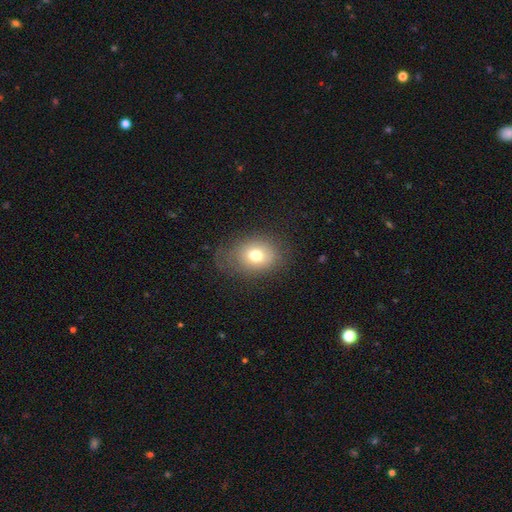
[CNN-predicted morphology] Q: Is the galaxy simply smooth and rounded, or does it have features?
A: smooth — 72%.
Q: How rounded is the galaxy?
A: round — 51%.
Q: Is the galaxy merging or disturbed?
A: none — 69%.